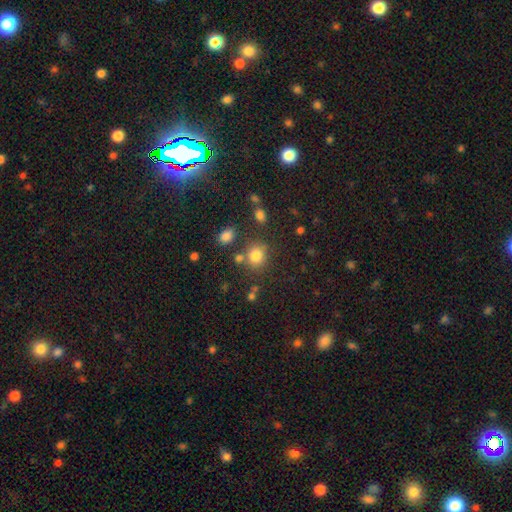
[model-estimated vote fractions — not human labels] This appears to be a smooth galaxy with no disk features (79%) that is round (77%). Merging: none (72%).